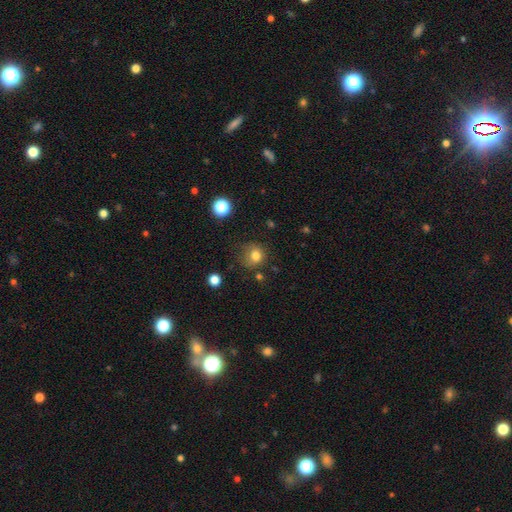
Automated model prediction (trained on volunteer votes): Overall: smooth (79%). How rounded: round (79%). Merging: none (60%; minor disturbance 25%).